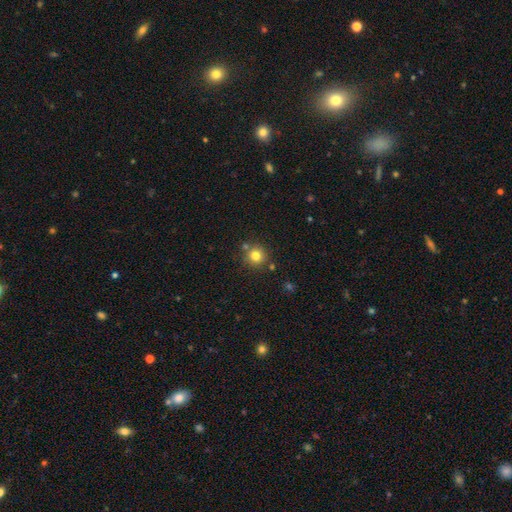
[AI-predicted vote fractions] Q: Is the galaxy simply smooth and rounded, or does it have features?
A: smooth — 79%.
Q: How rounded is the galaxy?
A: round — 93%.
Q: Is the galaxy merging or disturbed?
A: none — 78%.